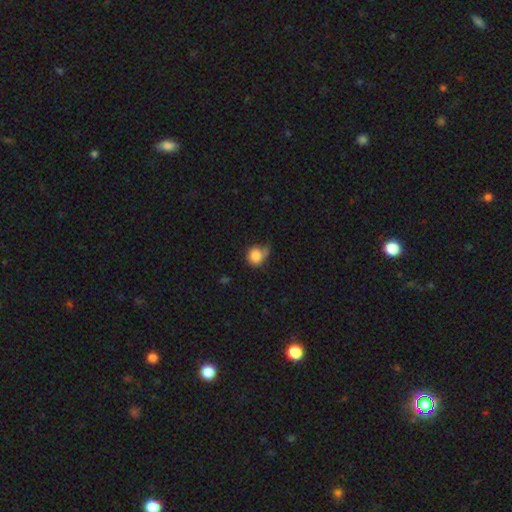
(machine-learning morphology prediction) Overall: smooth (81%). How rounded: round (78%). Merging: none (42%; minor disturbance 31%).